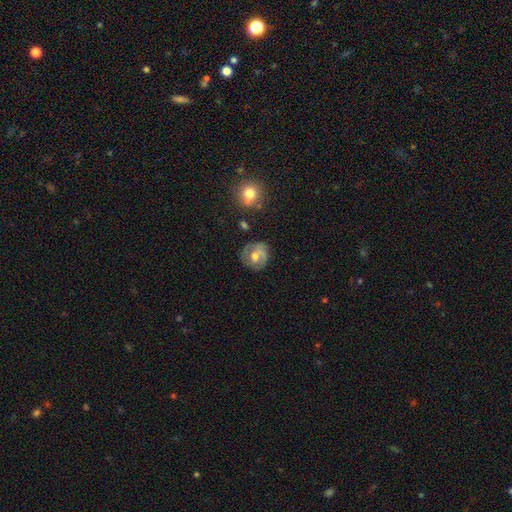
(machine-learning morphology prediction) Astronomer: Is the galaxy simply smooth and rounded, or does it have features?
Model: featured or disk — 62%.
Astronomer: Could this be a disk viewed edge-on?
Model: no — 97%.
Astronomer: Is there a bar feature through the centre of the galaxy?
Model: no — 59% (runner-up: weak, 34%).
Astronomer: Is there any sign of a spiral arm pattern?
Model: yes — 78%.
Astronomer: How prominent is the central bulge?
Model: moderate — 69%.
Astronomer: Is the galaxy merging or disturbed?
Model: none — 71%.